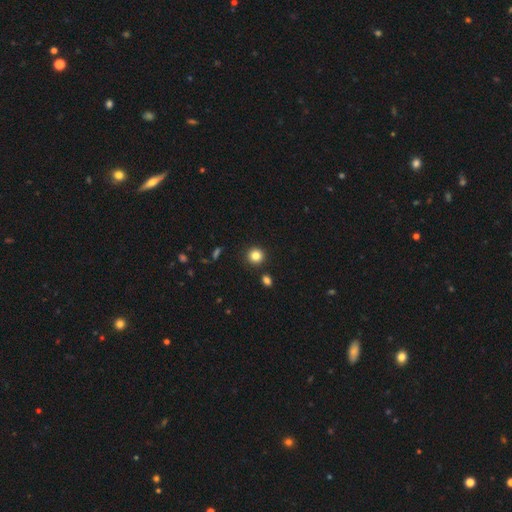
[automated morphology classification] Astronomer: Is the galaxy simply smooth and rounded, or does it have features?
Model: smooth — 84%.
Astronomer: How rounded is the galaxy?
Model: round — 92%.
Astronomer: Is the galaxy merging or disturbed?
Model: none — 90%.